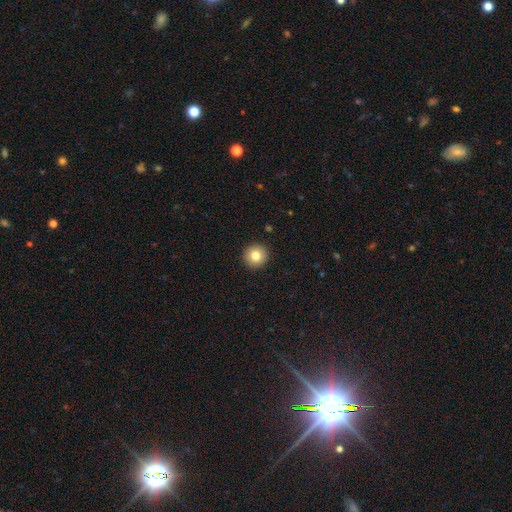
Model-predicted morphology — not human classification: smooth 81%, star or artifact 10%, featured or disk 9%. Down the decision tree: how rounded — round (95%); merging — none (93%).